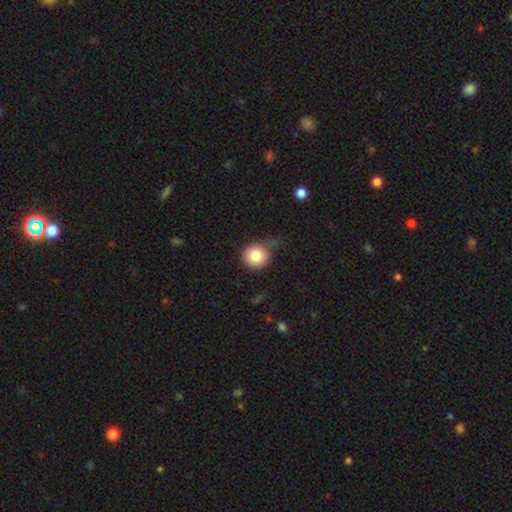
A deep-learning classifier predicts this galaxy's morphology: Smooth or featured: smooth — 81% (featured or disk — 9%)
How rounded: round — 92% (in between — 7%)
Merging: none — 54% (minor disturbance — 29%)